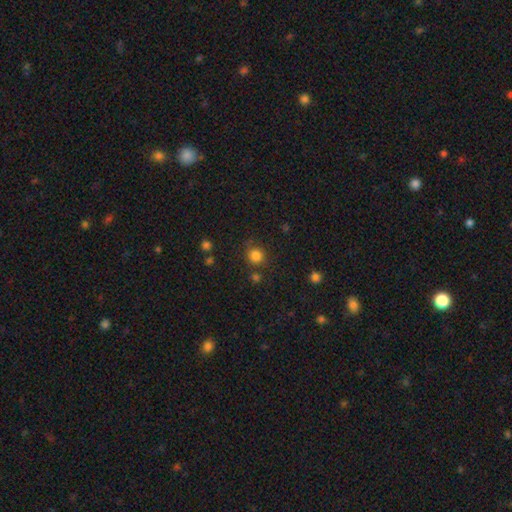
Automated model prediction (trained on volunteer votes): Morphology: type=smooth (83%); roundness=round (90%); merging=none (78%).